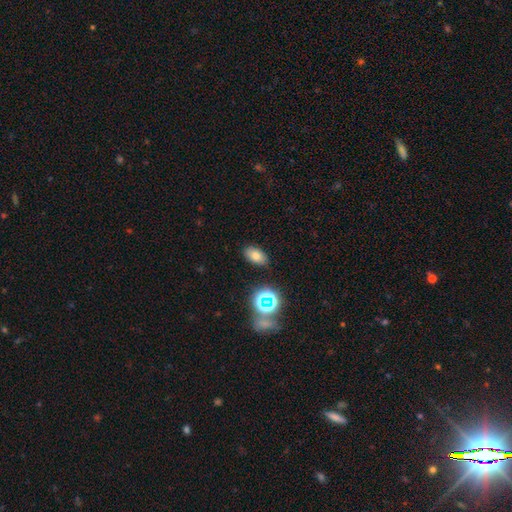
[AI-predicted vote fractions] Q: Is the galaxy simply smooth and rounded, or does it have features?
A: smooth — 72%.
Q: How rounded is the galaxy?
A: in between — 88%.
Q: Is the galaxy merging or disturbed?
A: none — 85%.